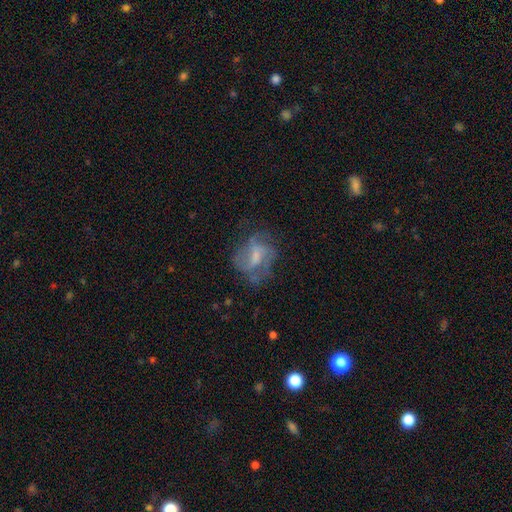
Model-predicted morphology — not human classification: The model was most divided on "bulge size": small: 36%, moderate: 34%, none: 23%, large: 5%, dominant: 1%. Remaining: edge-on disk — no (96%); spiral arms — yes (65%); smooth or featured — featured or disk (61%); bar — weak (50%); merging — none (49%).